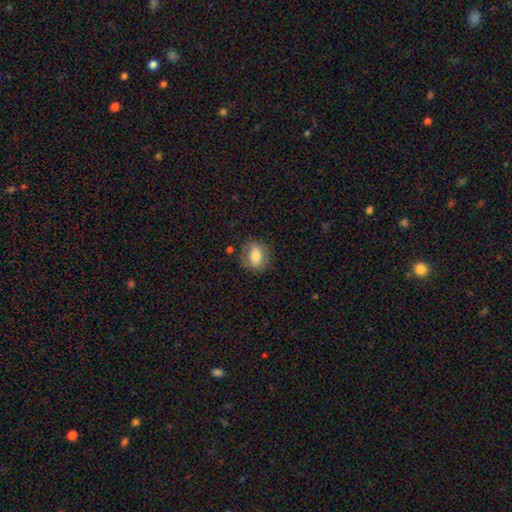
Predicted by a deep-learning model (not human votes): Q: Smooth or featured?
A: smooth (76%); runner-up: featured or disk (16%)
Q: How rounded?
A: in between (57%); runner-up: round (41%)
Q: Merging?
A: none (80%); runner-up: minor disturbance (14%)